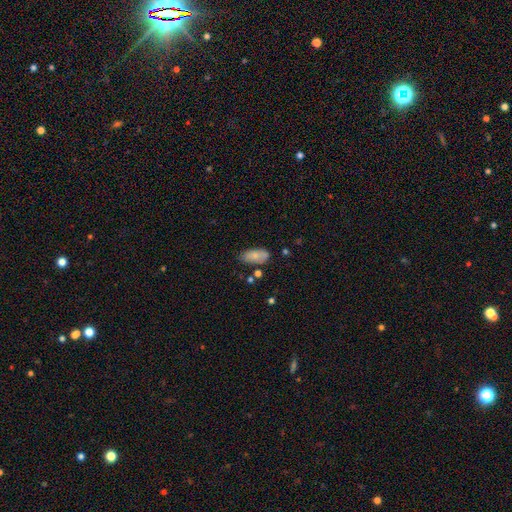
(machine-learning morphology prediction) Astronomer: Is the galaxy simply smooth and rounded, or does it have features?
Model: smooth — 76%.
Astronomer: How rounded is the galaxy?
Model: in between — 92%.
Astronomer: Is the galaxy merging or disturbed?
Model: none — 66%.